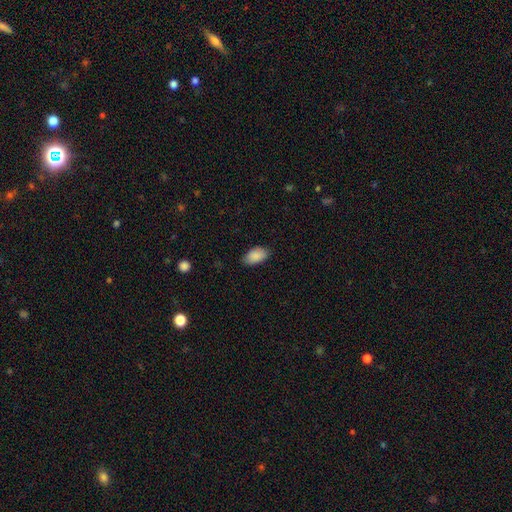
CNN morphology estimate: Smooth or featured?
  - smooth: 89% *
  - star or artifact: 7%
  - featured or disk: 4%
How rounded?
  - in between: 94% *
  - round: 4%
  - cigar-shaped: 2%
Merging?
  - none: 84% *
  - minor disturbance: 13%
  - major disturbance: 3%
  - merger: 1%